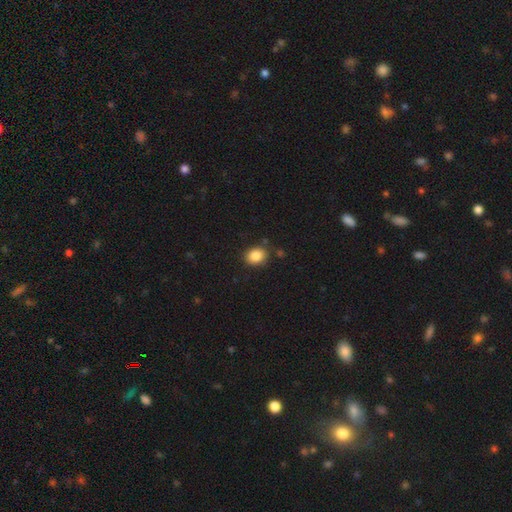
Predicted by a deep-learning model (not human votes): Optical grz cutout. It shows a smooth galaxy with no disk features (86%) that is round (50%). Merging: none (83%).